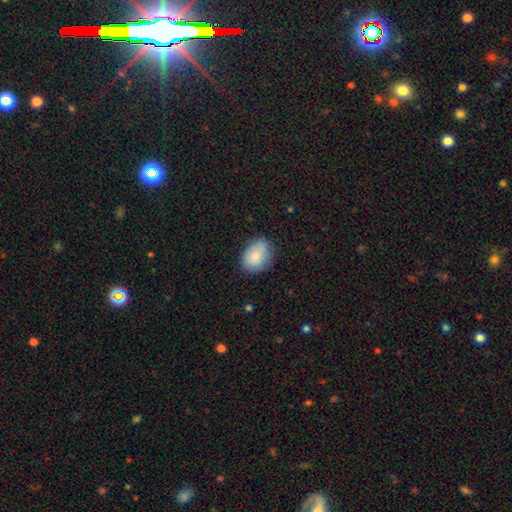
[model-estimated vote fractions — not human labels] This appears to be a smooth galaxy with no disk features (82%) that is in between round and cigar-shaped (69%). Merging: none (76%).